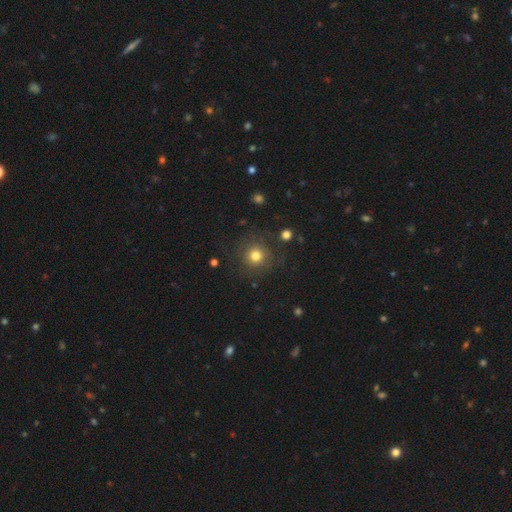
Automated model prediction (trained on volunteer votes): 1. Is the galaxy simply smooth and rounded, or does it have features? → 76% smooth, 14% star or artifact, 10% featured or disk.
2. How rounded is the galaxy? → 94% round, 5% in between, 1% cigar-shaped.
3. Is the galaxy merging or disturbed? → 83% none, 9% minor disturbance, 6% major disturbance, 2% merger.